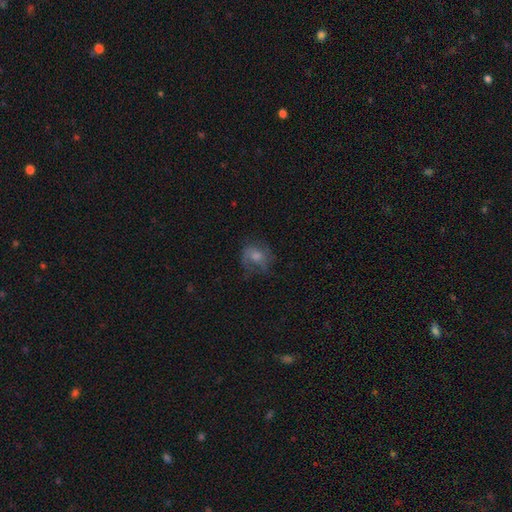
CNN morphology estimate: The model was most divided on "smooth or featured": featured or disk: 47%, smooth: 38%, star or artifact: 15%. More confident: merging — none (59%).